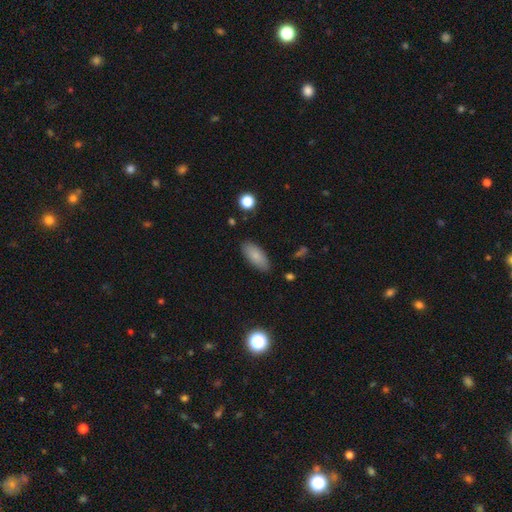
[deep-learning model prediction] A smooth galaxy with no disk features (83%) that is in between round and cigar-shaped (85%).

Vote fractions:
- Smooth or featured? smooth: 83% / featured or disk: 10% / star or artifact: 7%
- How rounded? in between: 85% / cigar-shaped: 13% / round: 2%
- Merging? none: 85% / minor disturbance: 11% / major disturbance: 2% / merger: 1%